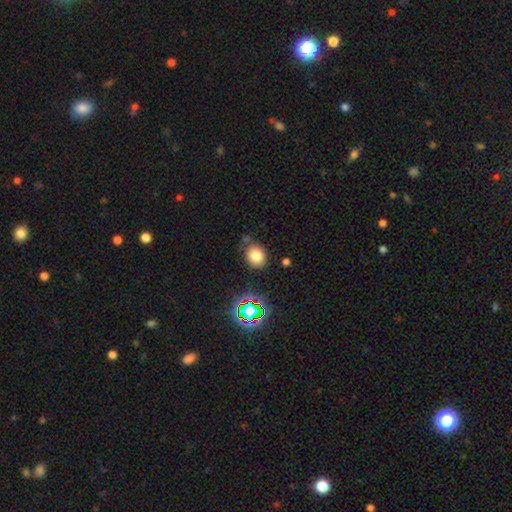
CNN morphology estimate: The model was most divided on "how rounded": round: 64%, in between: 35%, cigar-shaped: 1%. More confident: smooth or featured — smooth (76%); merging — none (75%).